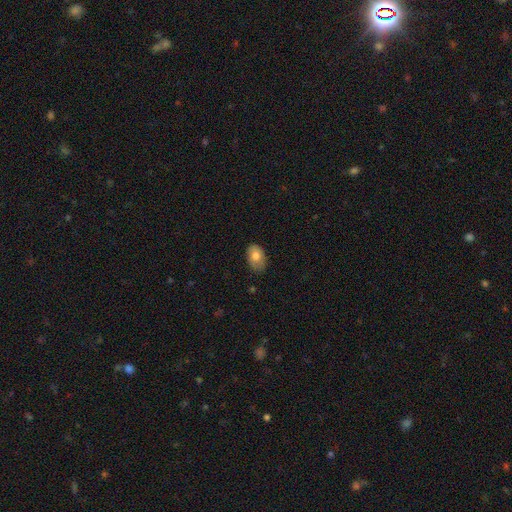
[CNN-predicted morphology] Overall: smooth (74%). How rounded: in between (86%). Merging: none (73%).